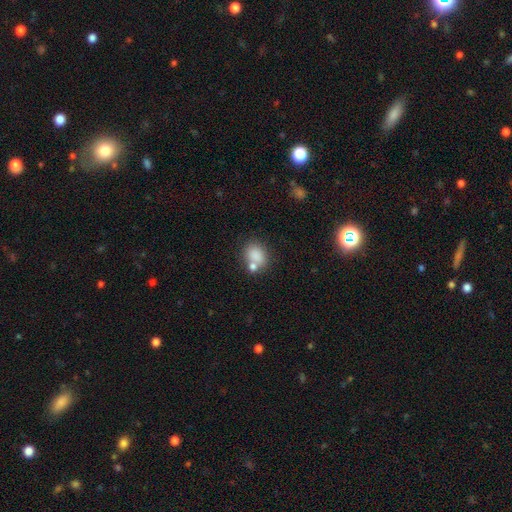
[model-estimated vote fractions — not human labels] Q: Smooth or featured?
A: smooth (82%); runner-up: star or artifact (10%)
Q: How rounded?
A: in between (55%); runner-up: round (44%)
Q: Merging?
A: none (55%); runner-up: merger (26%)